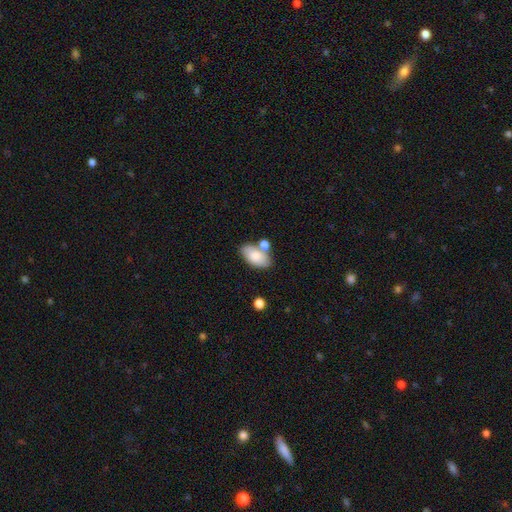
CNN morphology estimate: Smooth or featured?
  - smooth: 79% *
  - featured or disk: 14%
  - star or artifact: 7%
How rounded?
  - in between: 93% *
  - round: 5%
  - cigar-shaped: 2%
Merging?
  - none: 63% *
  - merger: 19%
  - minor disturbance: 14%
  - major disturbance: 4%